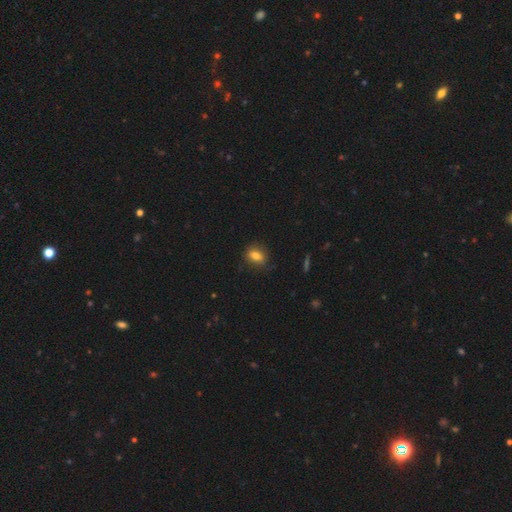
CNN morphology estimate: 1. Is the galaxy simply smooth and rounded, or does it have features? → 81% smooth, 10% star or artifact, 10% featured or disk.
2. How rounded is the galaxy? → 71% in between, 25% round, 4% cigar-shaped.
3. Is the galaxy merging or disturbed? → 77% none, 17% minor disturbance, 4% major disturbance, 1% merger.